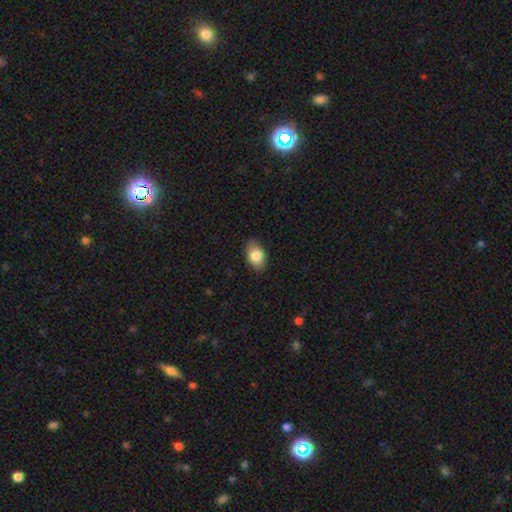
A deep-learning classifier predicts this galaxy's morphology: type=smooth (82%); roundness=in between (87%); merging=none (83%).